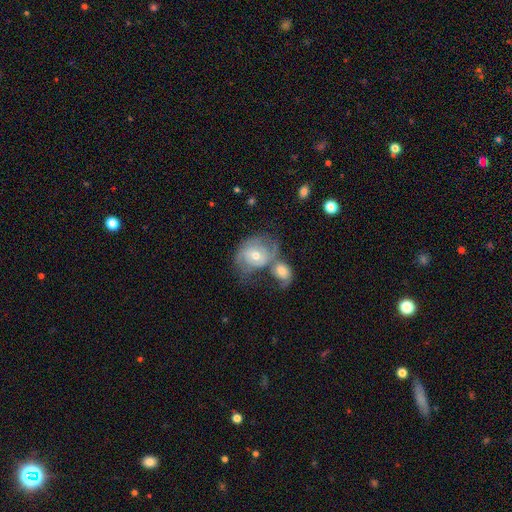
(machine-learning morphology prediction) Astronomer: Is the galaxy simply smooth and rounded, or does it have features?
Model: featured or disk — 67%.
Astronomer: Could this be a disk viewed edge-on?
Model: no — 97%.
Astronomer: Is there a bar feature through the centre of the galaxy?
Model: no — 67%.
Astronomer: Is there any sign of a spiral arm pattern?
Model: yes — 84%.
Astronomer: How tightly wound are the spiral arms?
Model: tight — 43% (runner-up: medium, 40%).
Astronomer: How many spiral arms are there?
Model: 2 — 53%.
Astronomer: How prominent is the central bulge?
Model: moderate — 60%.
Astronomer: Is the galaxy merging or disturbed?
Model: merger — 46% (runner-up: none, 28%).